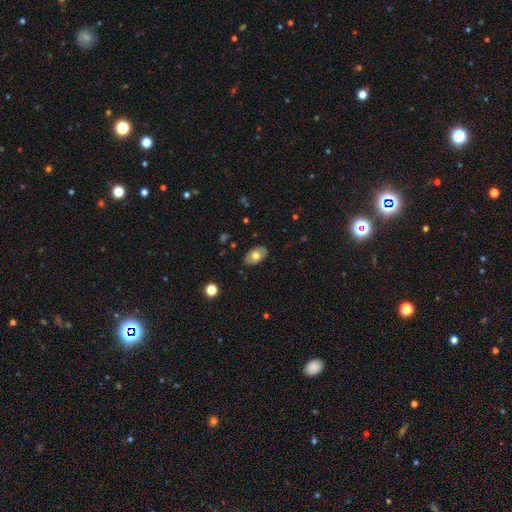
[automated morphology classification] This is likely a smooth galaxy (62%). How rounded: clearly in between (90%). Merging: clearly none (85%).